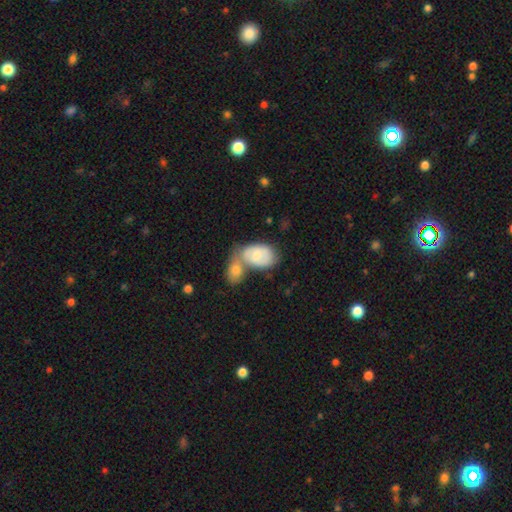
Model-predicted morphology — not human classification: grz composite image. It shows a smooth galaxy with no disk features (65%) that is in between round and cigar-shaped (88%). Merging: merger (62%).